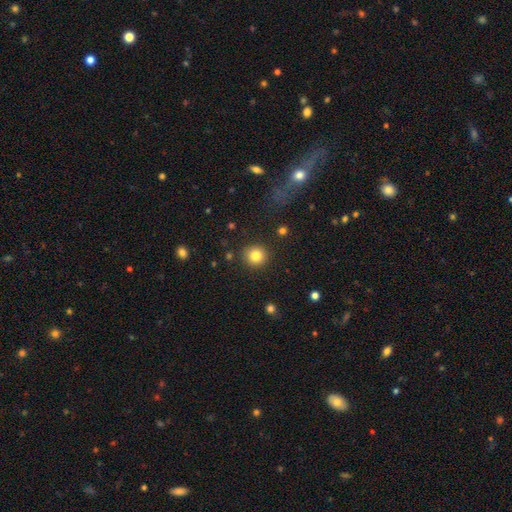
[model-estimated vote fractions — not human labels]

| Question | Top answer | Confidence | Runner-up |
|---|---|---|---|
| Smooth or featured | smooth | 83% | star or artifact (11%) |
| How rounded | round | 92% | in between (7%) |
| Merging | none | 90% | minor disturbance (6%) |